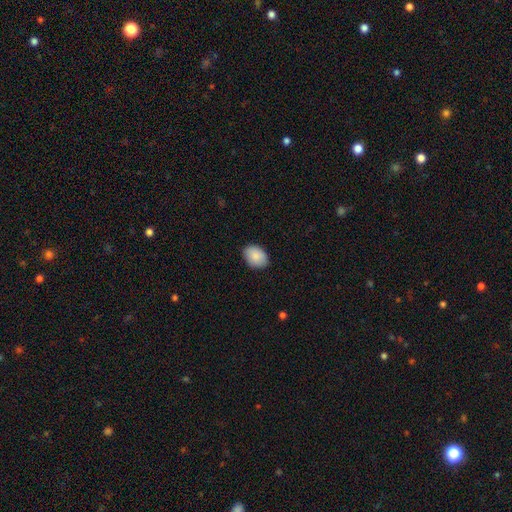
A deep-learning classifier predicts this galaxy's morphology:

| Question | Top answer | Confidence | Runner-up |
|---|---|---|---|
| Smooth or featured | smooth | 88% | star or artifact (7%) |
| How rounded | in between | 73% | round (26%) |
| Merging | none | 85% | minor disturbance (11%) |